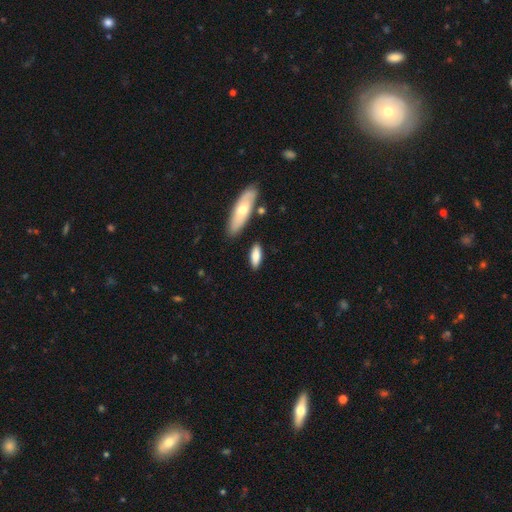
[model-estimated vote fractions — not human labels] This appears to be a smooth galaxy with no disk features (80%) that is in between round and cigar-shaped (64%). Merging: none (83%).